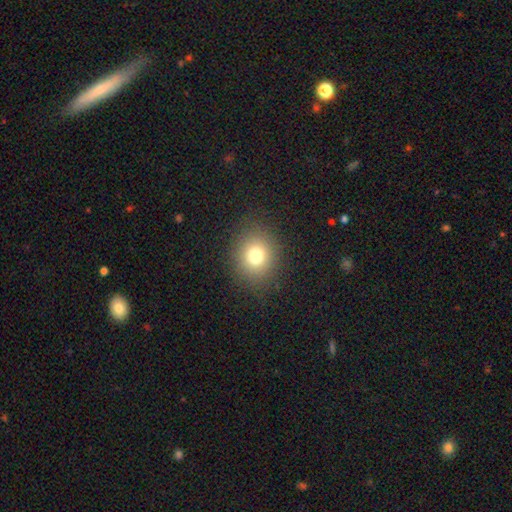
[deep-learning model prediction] Overall: smooth (76%). How rounded: round (77%). Merging: none (88%).